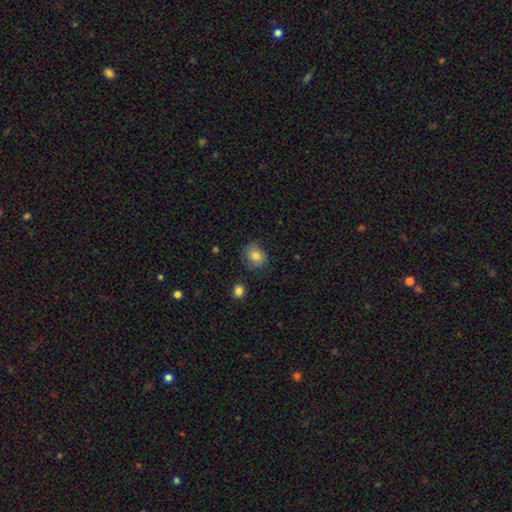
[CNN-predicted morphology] A smooth galaxy with no disk features (81%) that is round (66%). Merging: none (75%).